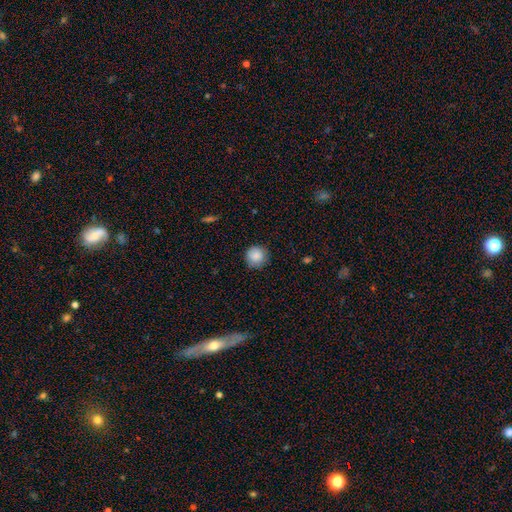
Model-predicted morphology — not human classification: smooth_or_featured: smooth (p=0.88) [alt: star or artifact p=0.08]
how_rounded: round (p=0.94) [alt: in between p=0.05]
merging: none (p=0.85) [alt: minor disturbance p=0.11]